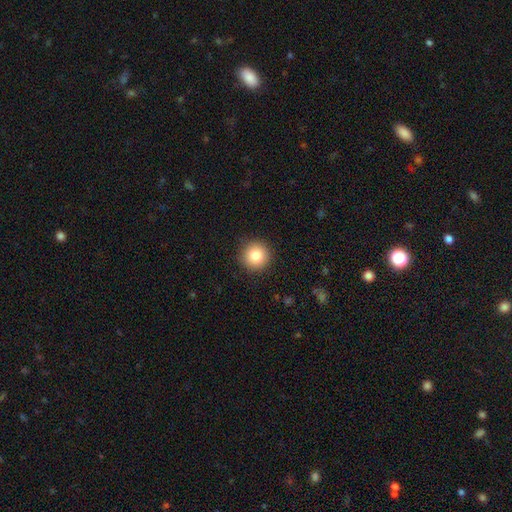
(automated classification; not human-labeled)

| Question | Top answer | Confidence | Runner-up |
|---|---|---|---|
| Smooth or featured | smooth | 83% | star or artifact (10%) |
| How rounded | round | 95% | in between (4%) |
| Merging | none | 91% | minor disturbance (6%) |